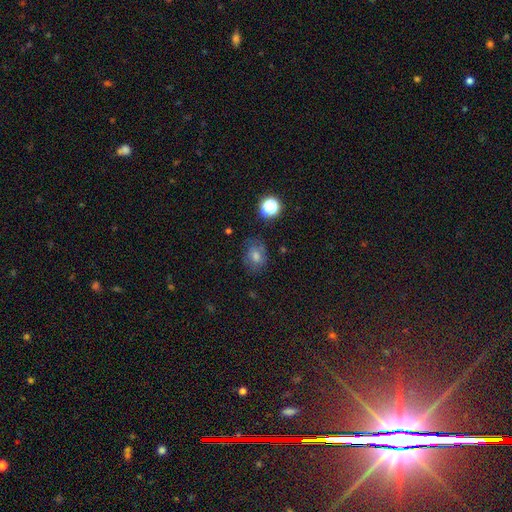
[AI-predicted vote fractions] Smooth or featured? smooth (55%)
How rounded? round (55%)
Merging? none (73%)